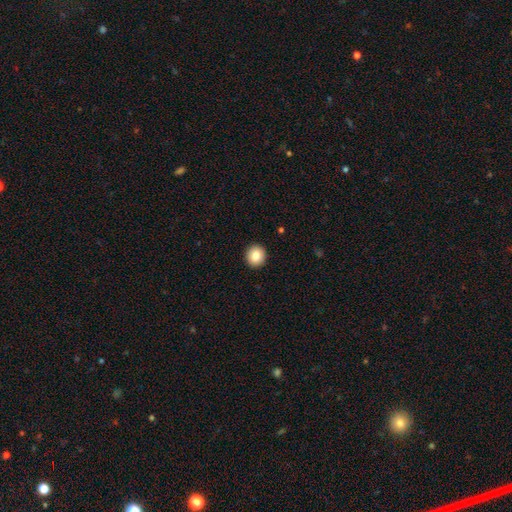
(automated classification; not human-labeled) smooth 86%, star or artifact 8%, featured or disk 6%. Down the decision tree: how rounded — round (89%); merging — none (93%).